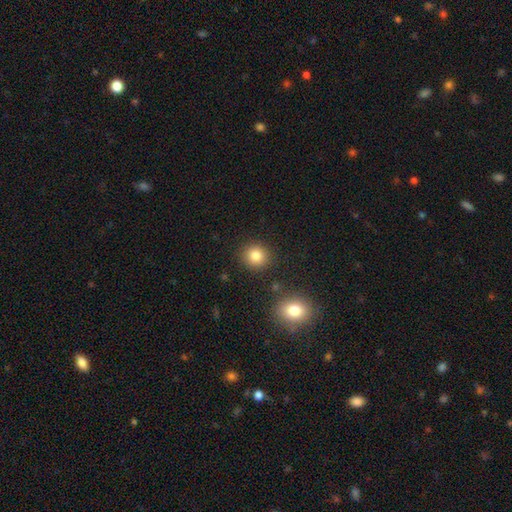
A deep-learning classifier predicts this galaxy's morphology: smooth 84%, star or artifact 10%, featured or disk 6%. Down the decision tree: how rounded — round (89%); merging — none (87%).